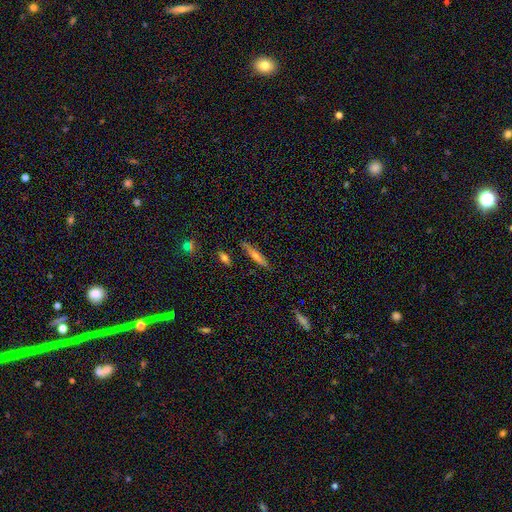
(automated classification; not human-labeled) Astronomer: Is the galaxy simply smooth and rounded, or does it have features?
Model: smooth — 48% (runner-up: featured or disk, 42%).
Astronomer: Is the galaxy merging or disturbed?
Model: none — 84%.